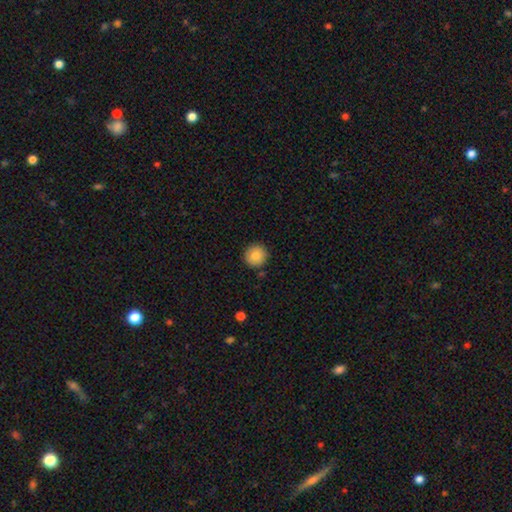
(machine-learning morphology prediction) type=smooth (85%); roundness=round (94%); merging=none (89%).